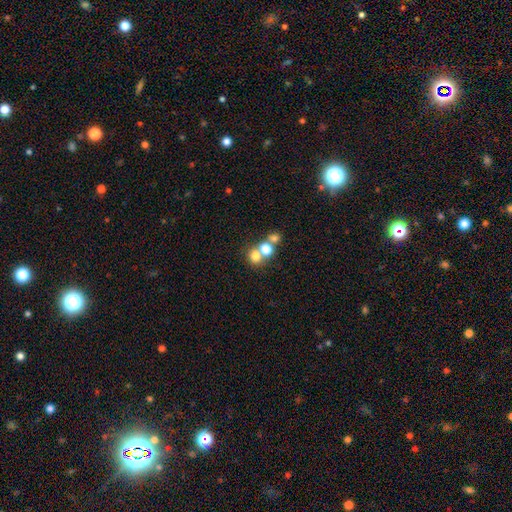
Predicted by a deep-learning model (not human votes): This is likely a smooth galaxy (71%). How rounded: likely round (80%). Merging: possibly none (45%, tied with merger).